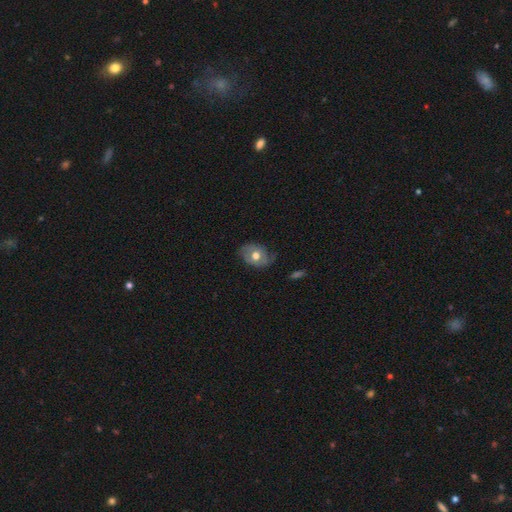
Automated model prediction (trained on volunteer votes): A smooth galaxy with no disk features (49%). Merging: none (66%).